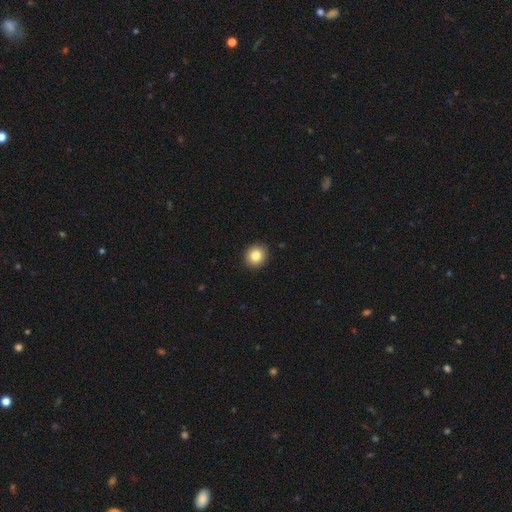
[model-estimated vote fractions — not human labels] Overall: smooth (84%). How rounded: round (88%). Merging: none (92%).